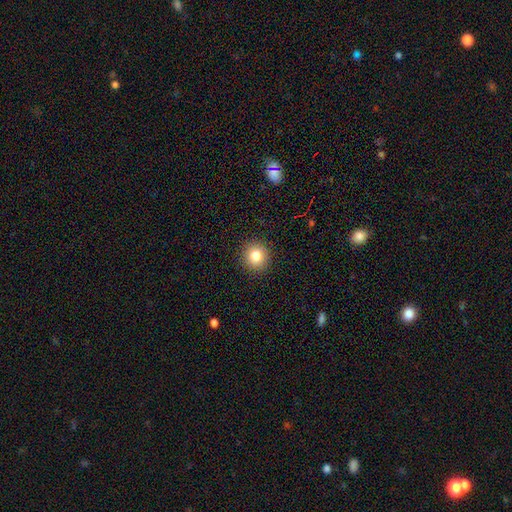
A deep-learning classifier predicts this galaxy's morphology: Smooth or featured? Predicted: smooth (p=0.82). How rounded? Predicted: round (p=0.90). Merging? Predicted: none (p=0.91).